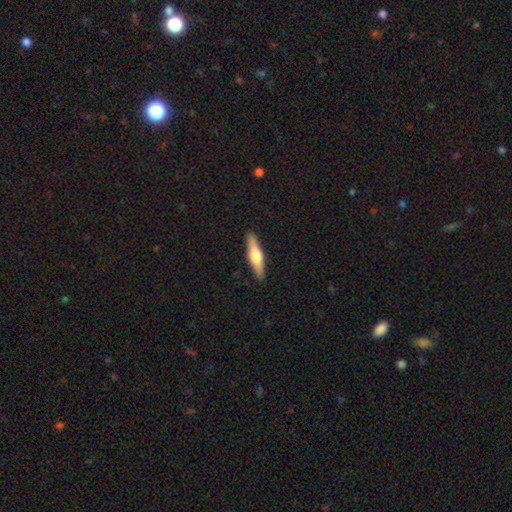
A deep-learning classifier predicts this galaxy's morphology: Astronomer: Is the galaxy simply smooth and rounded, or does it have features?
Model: featured or disk — 47%, tied with smooth at 47%.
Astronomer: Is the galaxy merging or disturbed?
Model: none — 90%.